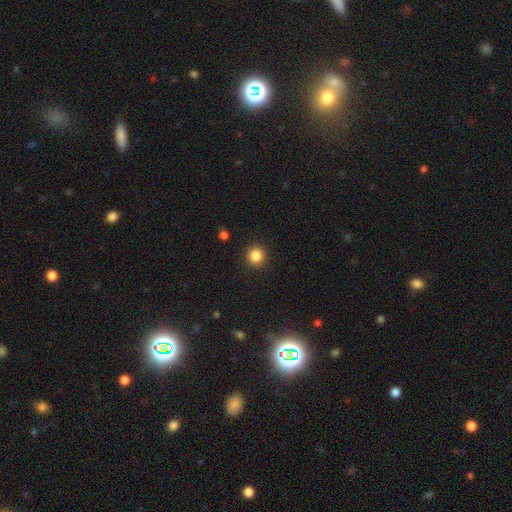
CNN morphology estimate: smooth 85%, star or artifact 11%, featured or disk 4%. Down the decision tree: how rounded — round (94%); merging — none (92%).